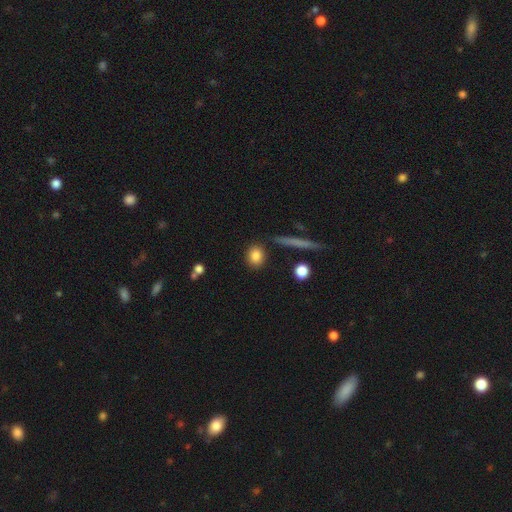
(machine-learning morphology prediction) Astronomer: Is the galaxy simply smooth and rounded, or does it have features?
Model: smooth — 84%.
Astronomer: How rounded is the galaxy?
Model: round — 65%.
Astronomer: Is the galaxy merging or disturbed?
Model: none — 85%.